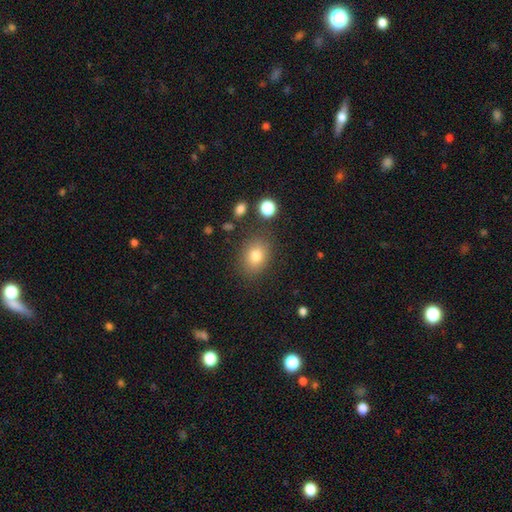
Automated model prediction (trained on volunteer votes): This is likely a smooth galaxy (79%). How rounded: possibly in between (58%). Merging: clearly none (81%).